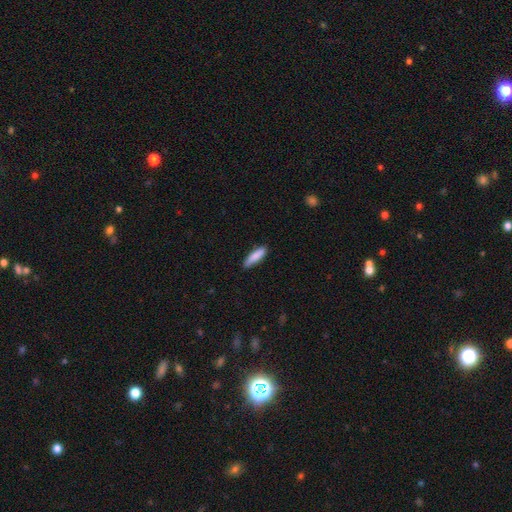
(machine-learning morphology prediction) A smooth galaxy with no disk features (85%) that is cigar-shaped (68%). Merging: none (81%).